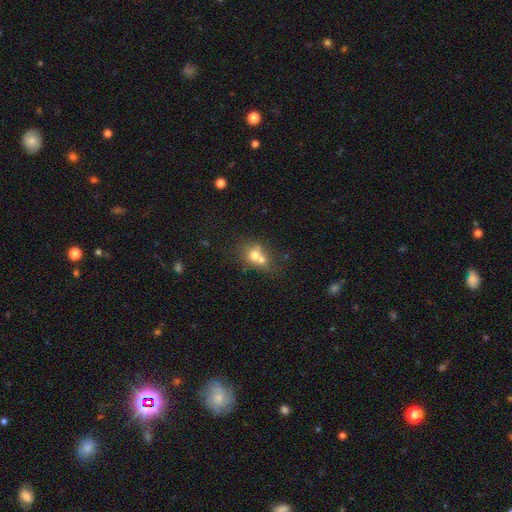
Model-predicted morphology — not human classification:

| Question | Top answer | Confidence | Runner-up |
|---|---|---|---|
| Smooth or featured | smooth | 65% | featured or disk (23%) |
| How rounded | round | 69% | in between (30%) |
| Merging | merger | 59% | none (29%) |